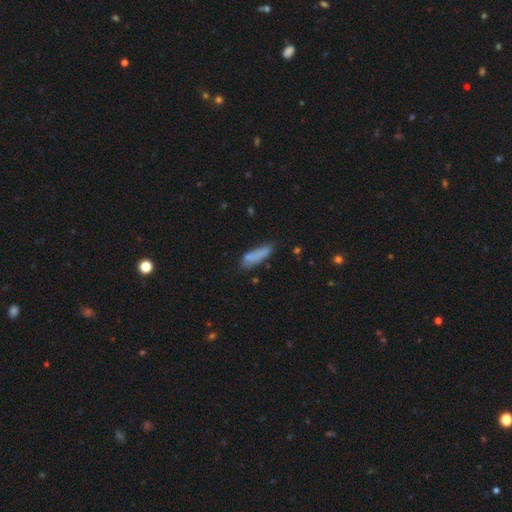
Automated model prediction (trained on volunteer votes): Smooth or featured? smooth (77%)
How rounded? cigar-shaped (62%)
Merging? none (55%)